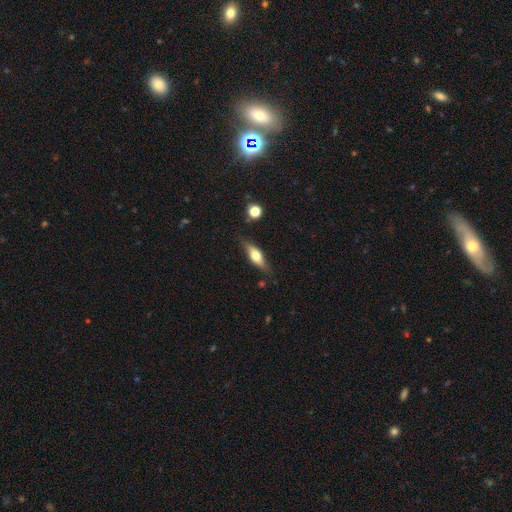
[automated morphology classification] Overall: smooth (51%; featured or disk 42%). How rounded: in between (53%; cigar-shaped 44%). Merging: none (79%).